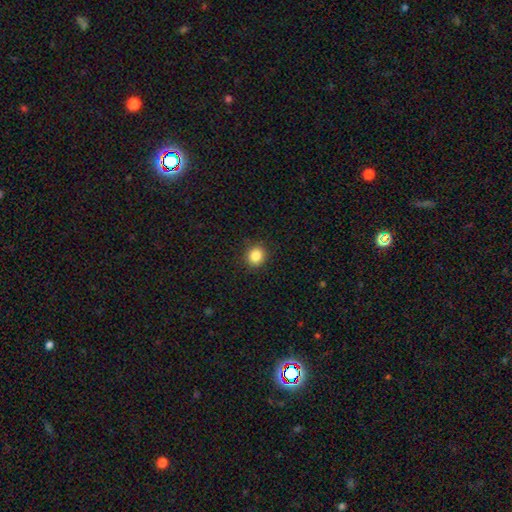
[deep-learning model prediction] smooth 86%, star or artifact 10%, featured or disk 4%. Down the decision tree: how rounded — round (82%); merging — none (90%).